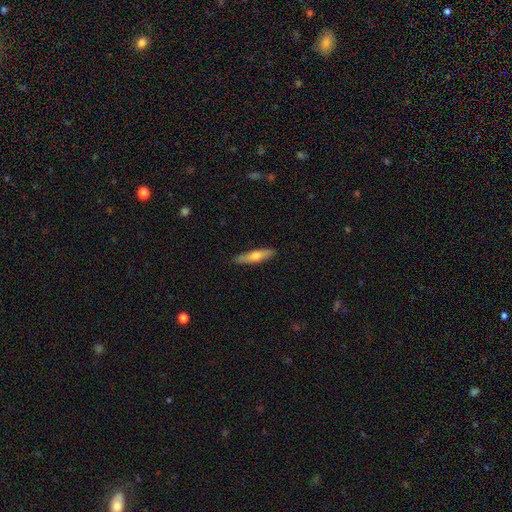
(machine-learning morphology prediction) Overall: smooth (55%; featured or disk 39%). How rounded: cigar-shaped (79%). Merging: none (89%).